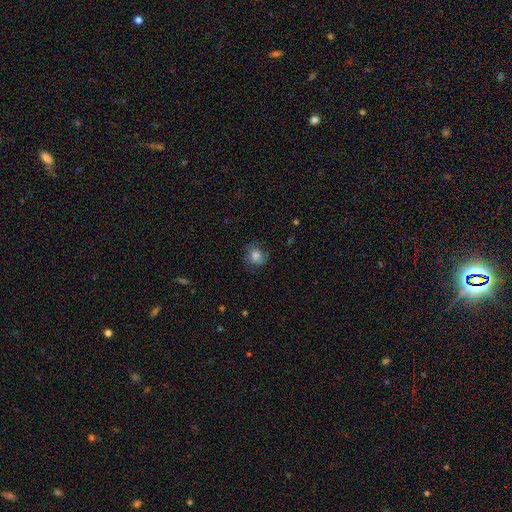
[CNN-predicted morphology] Q: Smooth or featured?
A: smooth (78%); runner-up: featured or disk (12%)
Q: How rounded?
A: round (81%); runner-up: in between (18%)
Q: Merging?
A: none (73%); runner-up: minor disturbance (20%)